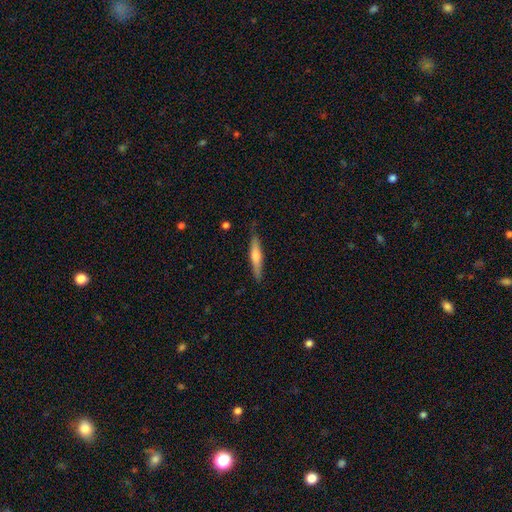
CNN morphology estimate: featured or disk 51%, smooth 43%, star or artifact 6%. Down the decision tree: edge-on disk — yes (96%); merging — none (86%).